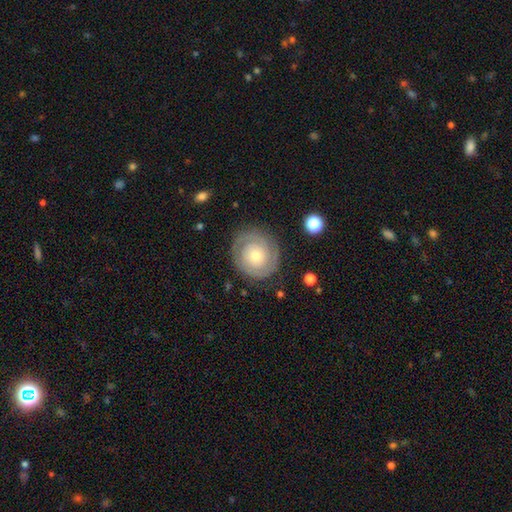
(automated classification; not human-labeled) Smooth or featured? featured or disk (81%)
Edge-on disk? no (98%)
Bar? no (80%)
Spiral arms? yes (94%)
Spiral winding? tight (80%)
Spiral arm count? 2 (71%)
Bulge size? small (53%)
Merging? none (84%)